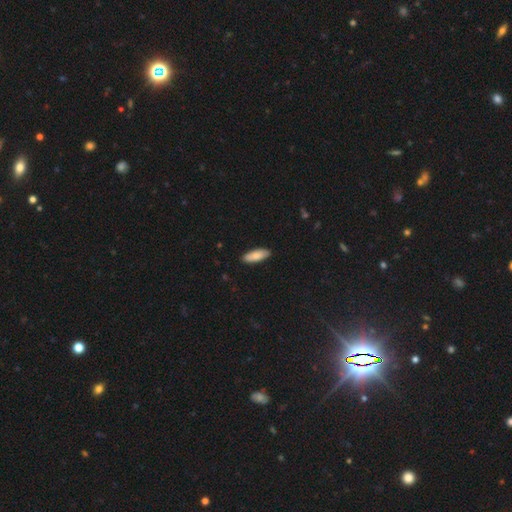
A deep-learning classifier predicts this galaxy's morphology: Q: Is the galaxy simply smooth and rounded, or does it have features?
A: smooth — 83%.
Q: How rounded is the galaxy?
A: in between — 68%.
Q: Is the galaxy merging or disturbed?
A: none — 89%.